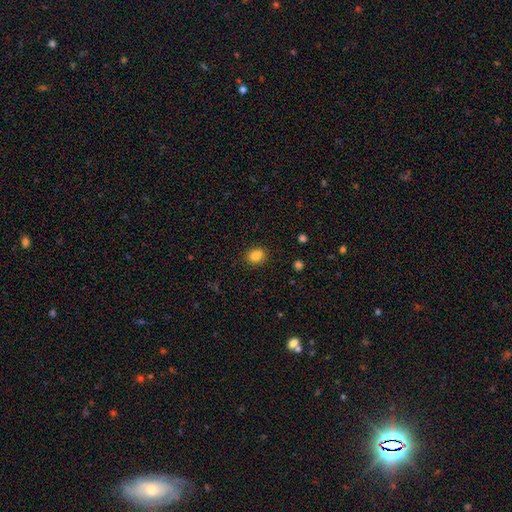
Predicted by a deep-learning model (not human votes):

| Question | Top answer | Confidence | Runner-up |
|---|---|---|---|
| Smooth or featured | smooth | 81% | star or artifact (12%) |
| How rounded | round | 61% | in between (38%) |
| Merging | none | 70% | minor disturbance (14%) |